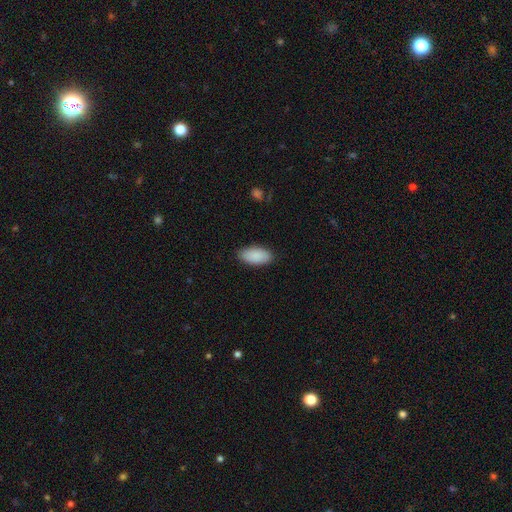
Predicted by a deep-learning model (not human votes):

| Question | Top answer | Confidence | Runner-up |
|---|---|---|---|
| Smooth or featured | smooth | 90% | star or artifact (6%) |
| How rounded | in between | 94% | cigar-shaped (4%) |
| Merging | none | 87% | minor disturbance (10%) |